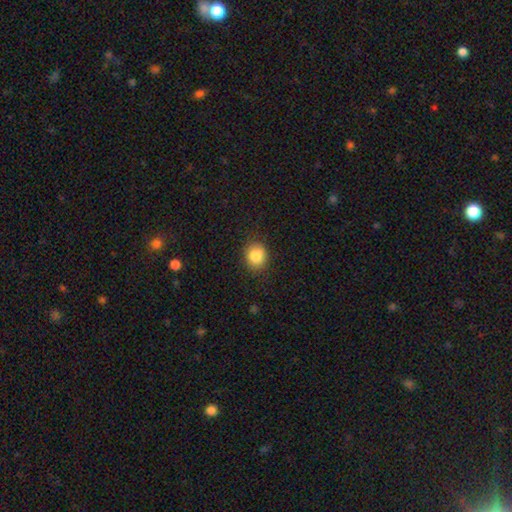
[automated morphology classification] type=smooth (84%); roundness=round (70%); merging=none (85%).